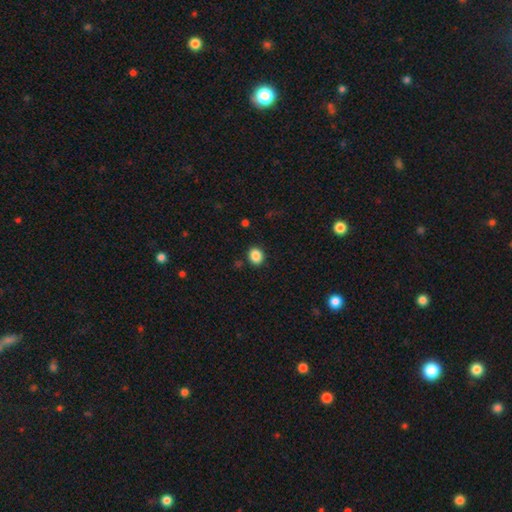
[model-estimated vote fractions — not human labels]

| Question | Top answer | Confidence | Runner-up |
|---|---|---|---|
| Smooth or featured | smooth | 87% | star or artifact (9%) |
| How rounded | round | 63% | in between (36%) |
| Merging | none | 88% | minor disturbance (8%) |